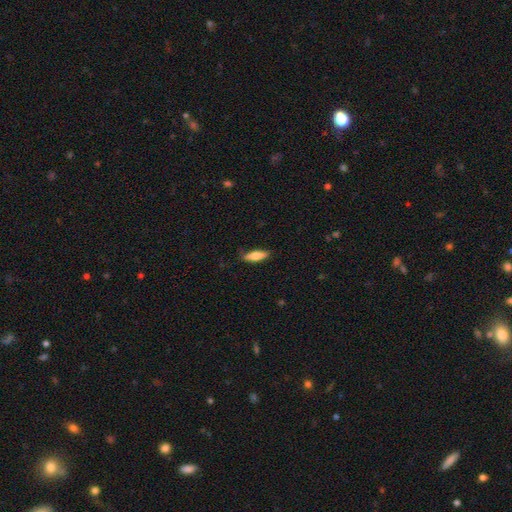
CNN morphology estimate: smooth_or_featured: smooth (p=0.69) [alt: featured or disk p=0.25]
how_rounded: in between (p=0.50) [alt: cigar-shaped p=0.48]
merging: none (p=0.81) [alt: minor disturbance p=0.15]